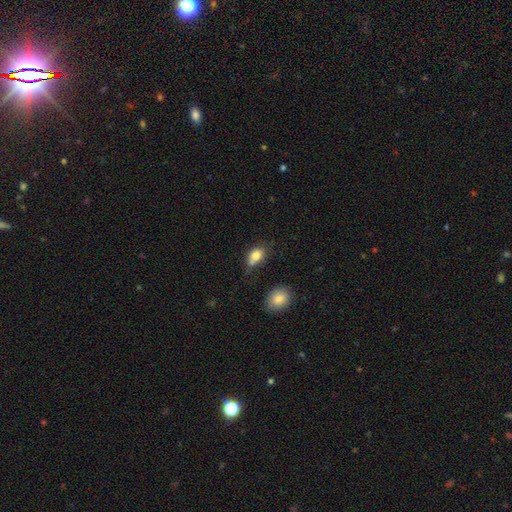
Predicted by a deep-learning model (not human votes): smooth-or-featured: smooth: 80% | featured or disk: 11% | star or artifact: 10%
  how-rounded: in between: 67% | round: 32% | cigar-shaped: 2%
  merging: none: 47% | merger: 23% | minor disturbance: 23% | major disturbance: 7%